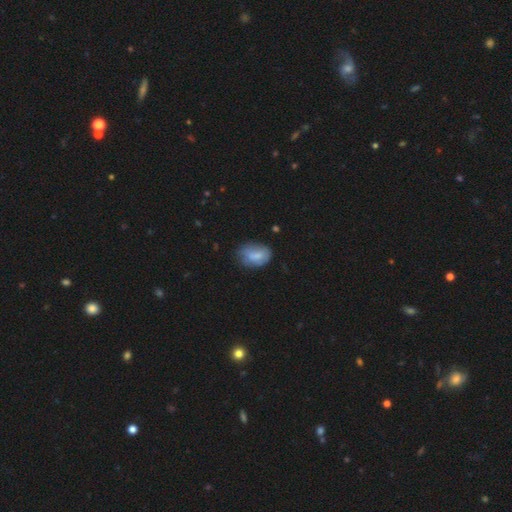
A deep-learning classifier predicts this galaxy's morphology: smooth 69%, featured or disk 24%, star or artifact 8%. Down the decision tree: how rounded — in between (79%); merging — none (55%).